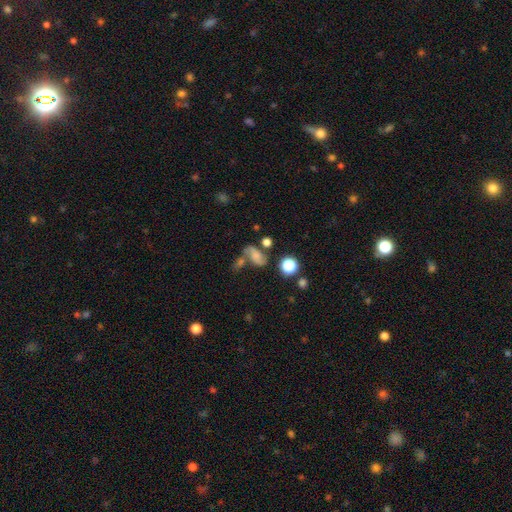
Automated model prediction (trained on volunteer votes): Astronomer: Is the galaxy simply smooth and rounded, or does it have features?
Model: smooth — 43% (runner-up: featured or disk, 41%).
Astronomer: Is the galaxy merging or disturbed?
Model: none — 36% (runner-up: merger, 31%).